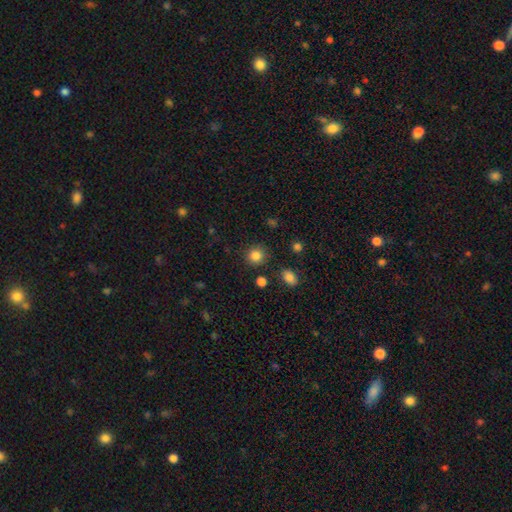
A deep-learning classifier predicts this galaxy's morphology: This appears to be a smooth galaxy with no disk features (85%) that is round (88%). Merging: none (85%).